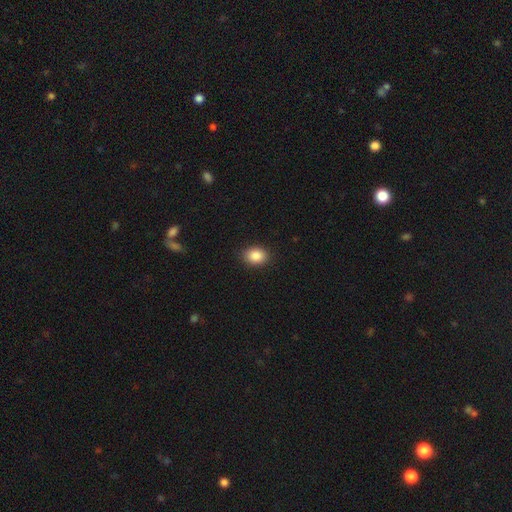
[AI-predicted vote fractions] This is clearly a smooth galaxy (87%). How rounded: likely in between (64%). Merging: clearly none (89%).